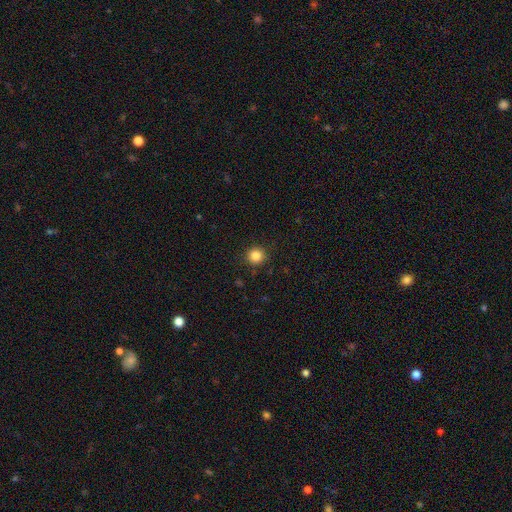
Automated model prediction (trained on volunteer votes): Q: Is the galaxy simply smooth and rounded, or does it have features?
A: smooth — 85%.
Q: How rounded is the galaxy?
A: round — 93%.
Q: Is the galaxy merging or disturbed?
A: none — 90%.